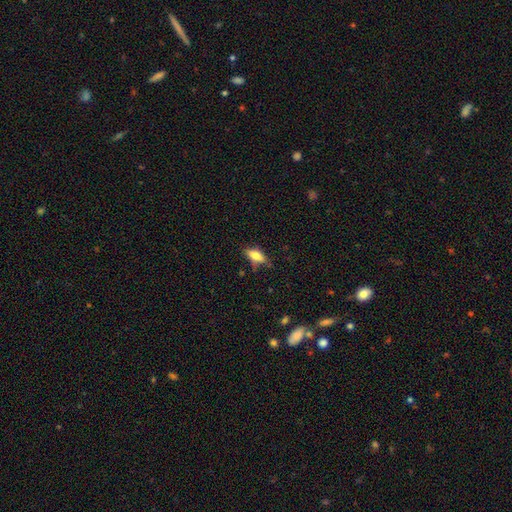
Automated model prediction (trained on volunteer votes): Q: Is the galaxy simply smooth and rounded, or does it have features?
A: smooth — 71%.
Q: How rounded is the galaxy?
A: in between — 73%.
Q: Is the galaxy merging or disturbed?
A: none — 66%.